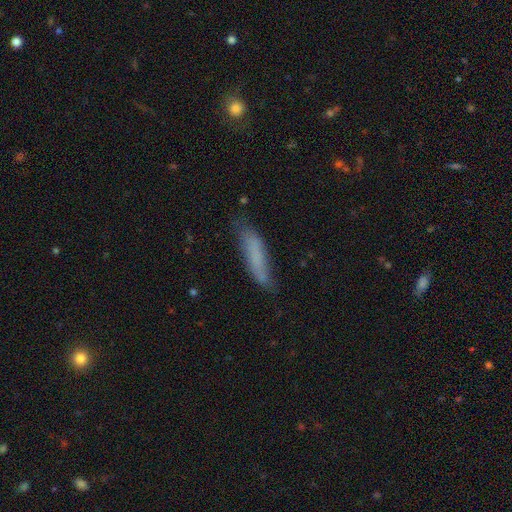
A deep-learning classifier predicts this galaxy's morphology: This appears to be a smooth galaxy with no disk features (69%) that is cigar-shaped (81%). Merging: none (69%).